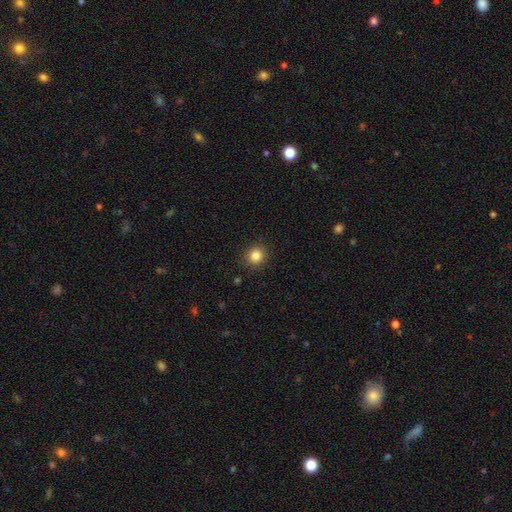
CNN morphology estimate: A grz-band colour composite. It shows a smooth galaxy with no disk features (84%) that is round (86%). Merging: none (90%).